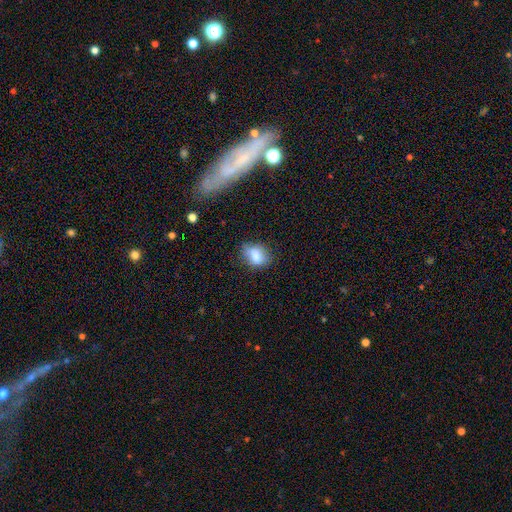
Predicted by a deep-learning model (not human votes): Morphology: type=smooth (77%); roundness=in between (60%); merging=none (62%).